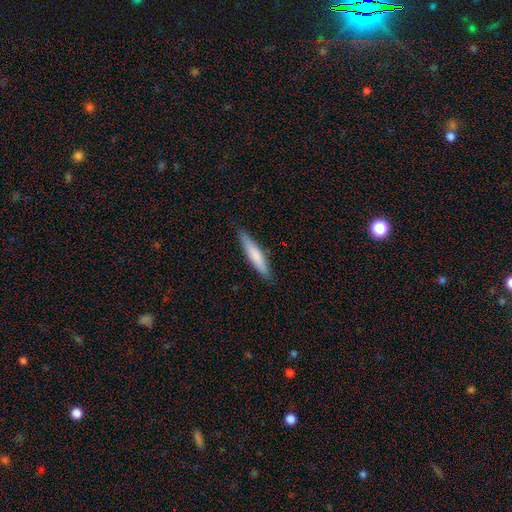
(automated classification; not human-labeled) A smooth galaxy with no disk features (73%) that is cigar-shaped (87%). Merging: none (87%).